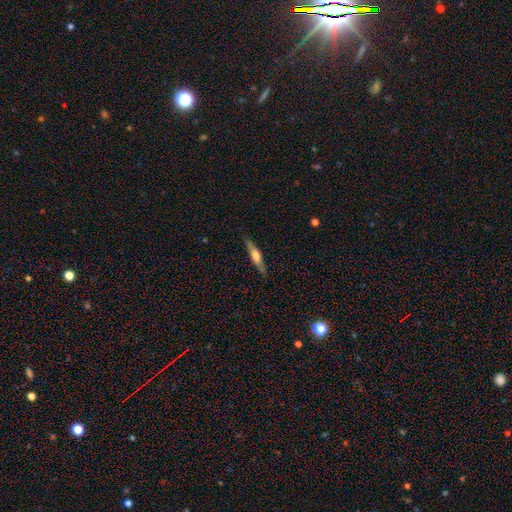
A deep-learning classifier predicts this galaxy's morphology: type=featured or disk (59%); edge-on=yes (94%); edge-on bulge=rounded (73%); merging=none (86%).